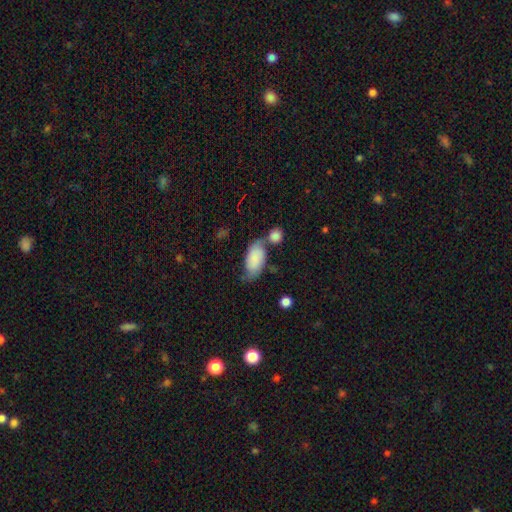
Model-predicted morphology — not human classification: type=smooth (76%); roundness=in between (92%); merging=none (36%).